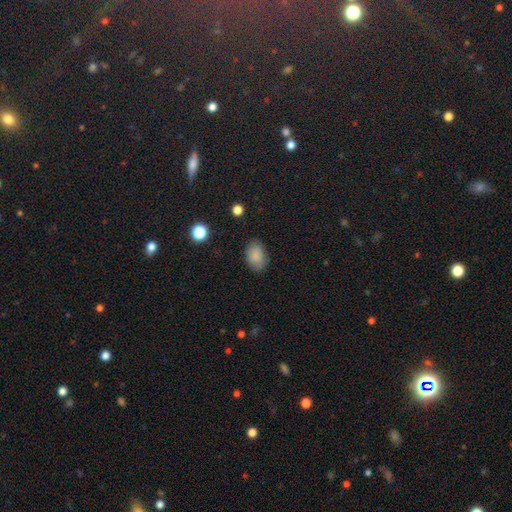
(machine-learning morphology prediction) This is clearly a smooth galaxy (85%). How rounded: clearly in between (86%). Merging: clearly none (81%).